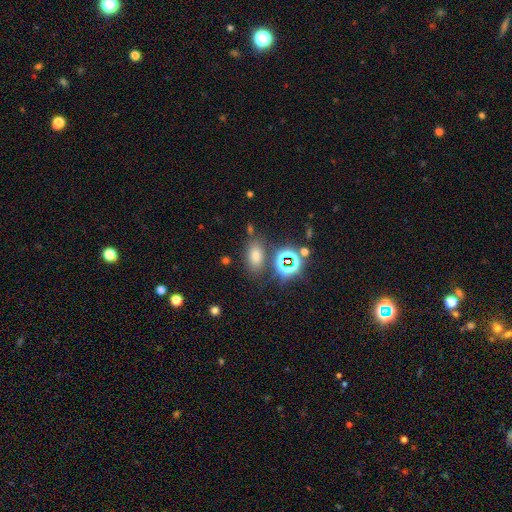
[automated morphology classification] Overall: smooth (62%; star or artifact 30%). How rounded: in between (80%). Merging: none (75%).